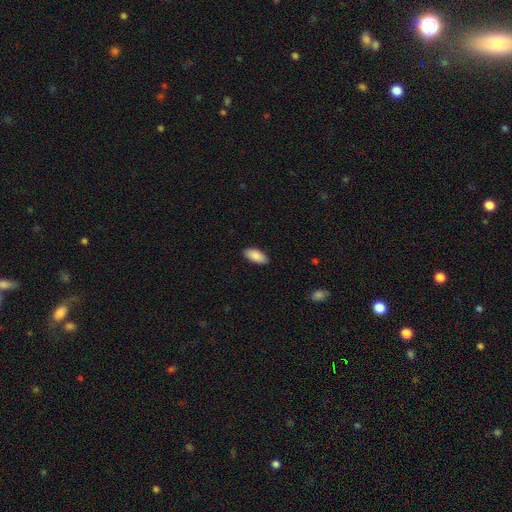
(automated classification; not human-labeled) Q: Smooth or featured?
A: smooth (89%); runner-up: star or artifact (6%)
Q: How rounded?
A: in between (91%); runner-up: cigar-shaped (7%)
Q: Merging?
A: none (88%); runner-up: minor disturbance (9%)